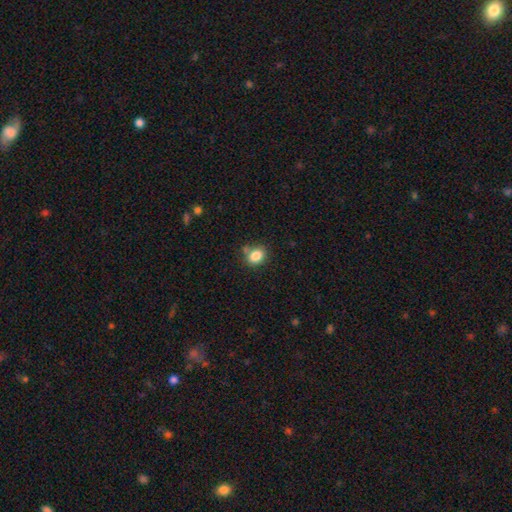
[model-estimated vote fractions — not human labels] Smooth or featured? Predicted: smooth (p=0.84). How rounded? Predicted: in between (p=0.52). Merging? Predicted: none (p=0.70).